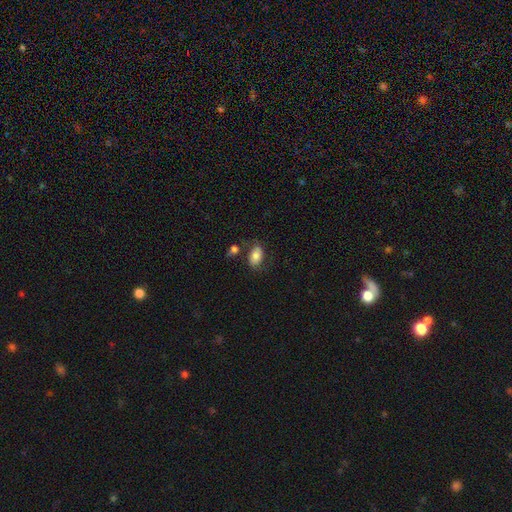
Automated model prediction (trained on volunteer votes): This is likely a smooth galaxy (72%). How rounded: clearly in between (87%). Merging: possibly none (60%).